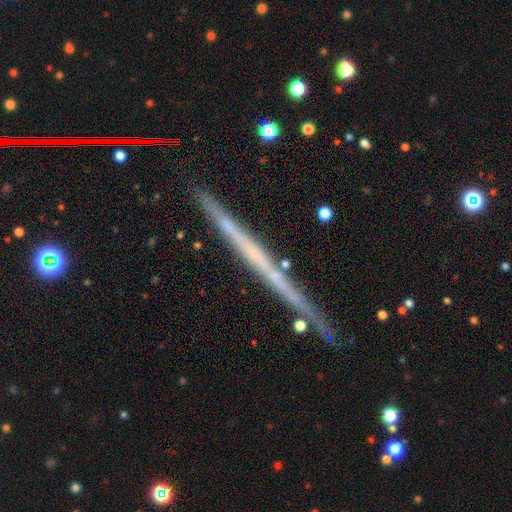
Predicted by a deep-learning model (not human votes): smooth-or-featured: featured or disk: 67% | smooth: 25% | star or artifact: 9%
  disk-edge-on: yes: 97% | no: 3%
    edge-on-bulge: none: 91% | rounded: 5% | boxy: 3%
  merging: none: 87% | minor disturbance: 10% | merger: 2% | major disturbance: 2%